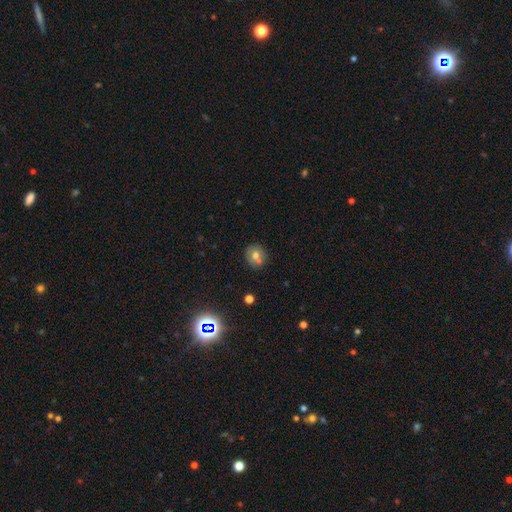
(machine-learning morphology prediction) smooth-or-featured: smooth: 68% | featured or disk: 19% | star or artifact: 13%
  how-rounded: round: 82% | in between: 17% | cigar-shaped: 1%
  merging: none: 66% | merger: 20% | minor disturbance: 12% | major disturbance: 3%